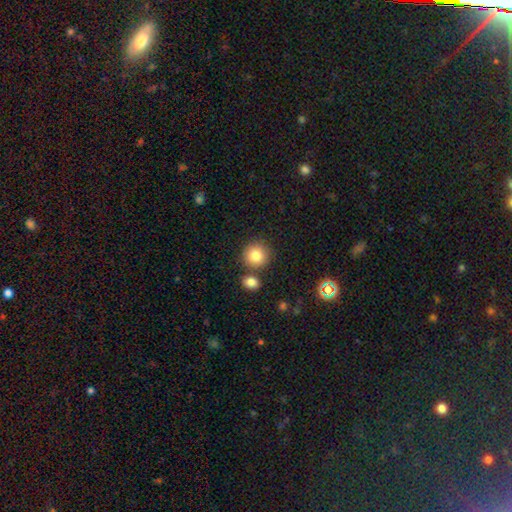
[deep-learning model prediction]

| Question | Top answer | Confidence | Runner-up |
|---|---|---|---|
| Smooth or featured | smooth | 84% | star or artifact (9%) |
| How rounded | round | 91% | in between (8%) |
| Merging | none | 74% | merger (14%) |